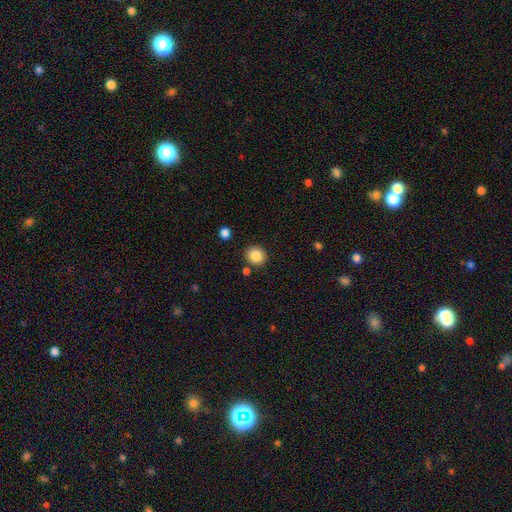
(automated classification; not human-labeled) Q: Smooth or featured?
A: smooth (86%); runner-up: star or artifact (9%)
Q: How rounded?
A: round (86%); runner-up: in between (13%)
Q: Merging?
A: none (87%); runner-up: minor disturbance (7%)